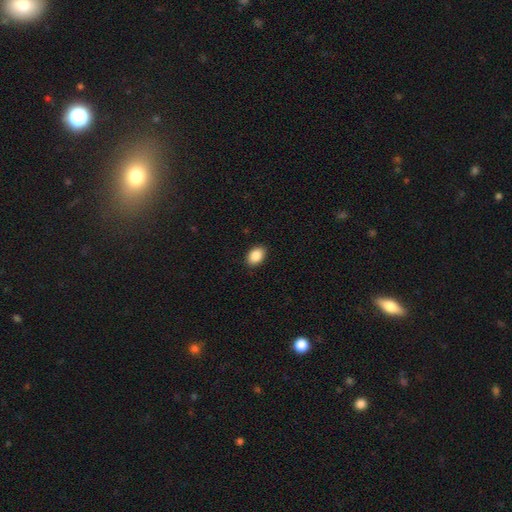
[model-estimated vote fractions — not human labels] This is clearly a smooth galaxy (88%). How rounded: clearly in between (81%). Merging: clearly none (90%).